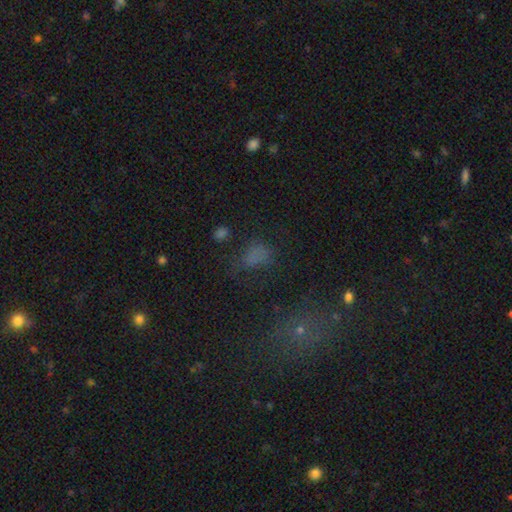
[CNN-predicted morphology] A smooth galaxy with no disk features (58%) that is in between round and cigar-shaped (74%). Merging: none (46%).